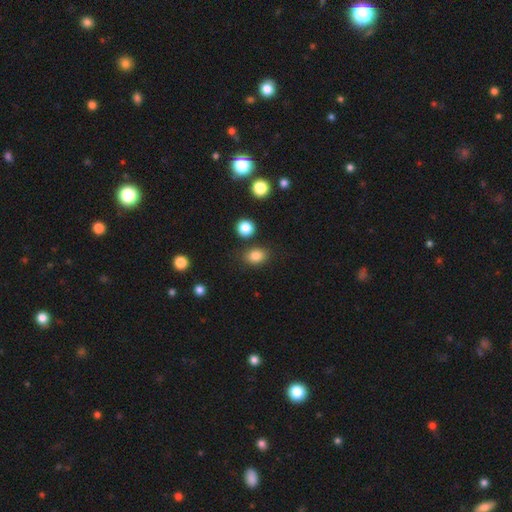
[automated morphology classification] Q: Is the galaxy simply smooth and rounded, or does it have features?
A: smooth — 83%.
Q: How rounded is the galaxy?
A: in between — 64%.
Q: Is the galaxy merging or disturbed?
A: none — 81%.